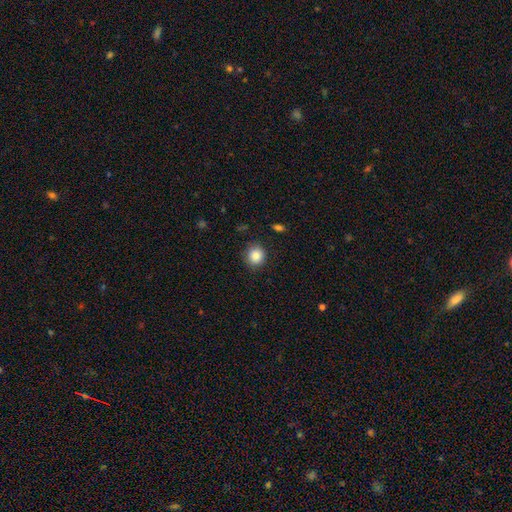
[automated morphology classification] Smooth or featured?
  - smooth: 86% *
  - star or artifact: 9%
  - featured or disk: 5%
How rounded?
  - round: 89% *
  - in between: 10%
  - cigar-shaped: 1%
Merging?
  - none: 88% *
  - minor disturbance: 9%
  - major disturbance: 3%
  - merger: 1%